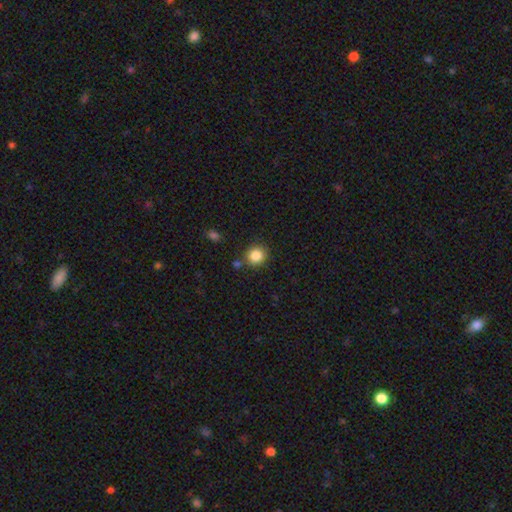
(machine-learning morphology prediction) smooth_or_featured: smooth (p=0.85) [alt: star or artifact p=0.10]
how_rounded: round (p=0.86) [alt: in between p=0.13]
merging: none (p=0.80) [alt: minor disturbance p=0.10]